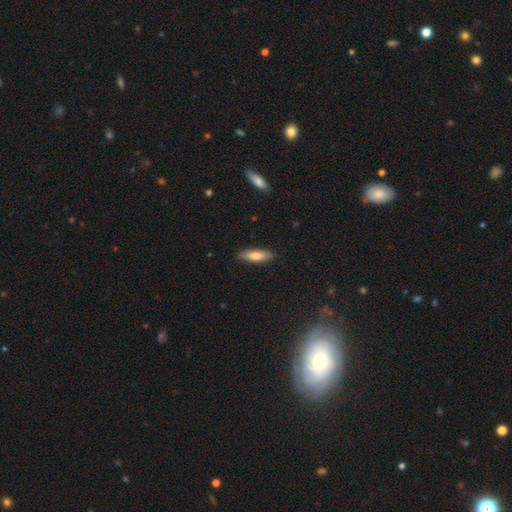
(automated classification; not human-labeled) smooth_or_featured: smooth (p=0.78) [alt: featured or disk p=0.16]
how_rounded: cigar-shaped (p=0.55) [alt: in between p=0.43]
merging: none (p=0.88) [alt: minor disturbance p=0.09]